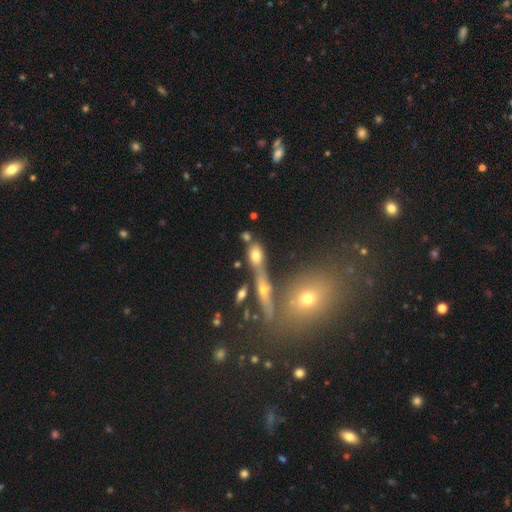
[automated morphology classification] A smooth galaxy with no disk features (67%) that is in between round and cigar-shaped (70%).

Vote fractions:
- Smooth or featured? smooth: 67% / featured or disk: 20% / star or artifact: 12%
- How rounded? in between: 70% / round: 20% / cigar-shaped: 10%
- Merging? none: 45% / merger: 33% / minor disturbance: 14% / major disturbance: 8%